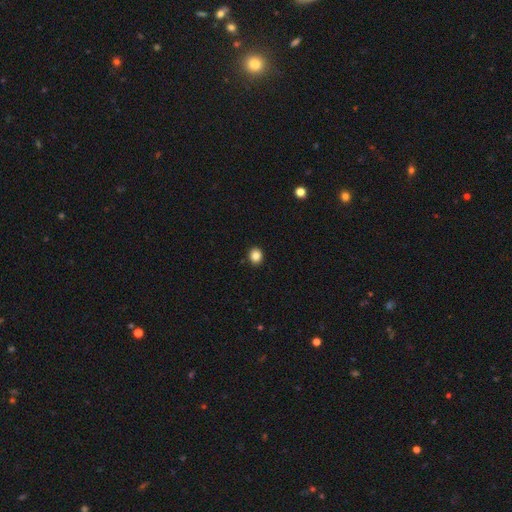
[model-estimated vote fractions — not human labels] A smooth galaxy with no disk features (86%) that is round (71%).

Vote fractions:
- Smooth or featured? smooth: 86% / star or artifact: 10% / featured or disk: 4%
- How rounded? round: 71% / in between: 28% / cigar-shaped: 1%
- Merging? none: 92% / minor disturbance: 5% / major disturbance: 2% / merger: 1%